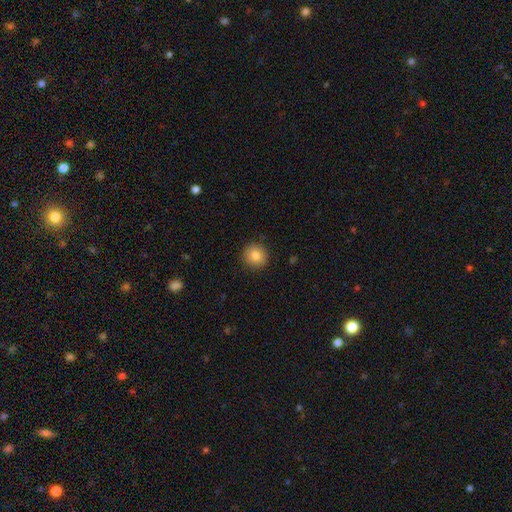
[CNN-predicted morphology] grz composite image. It shows a smooth galaxy with no disk features (84%) that is round (93%). Merging: none (90%).